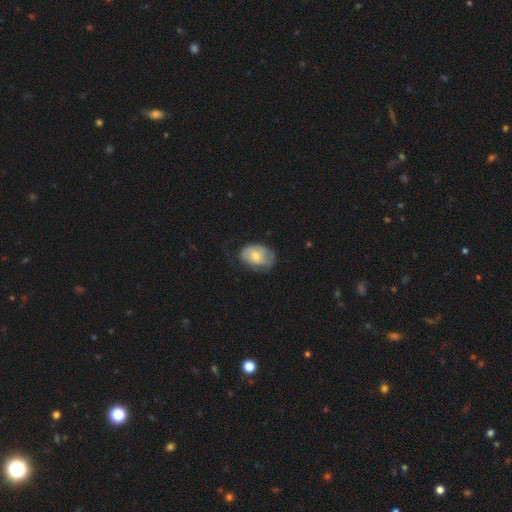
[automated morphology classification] Q: Smooth or featured?
A: smooth (60%); runner-up: featured or disk (33%)
Q: How rounded?
A: in between (78%); runner-up: round (21%)
Q: Merging?
A: none (53%); runner-up: minor disturbance (33%)